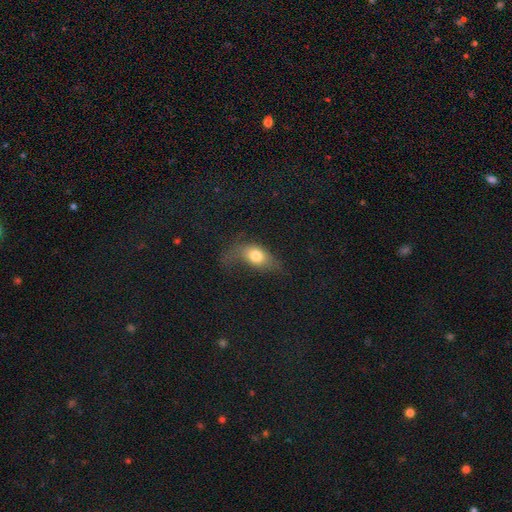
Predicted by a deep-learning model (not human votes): Q: Smooth or featured?
A: smooth (71%); runner-up: featured or disk (18%)
Q: How rounded?
A: in between (74%); runner-up: round (20%)
Q: Merging?
A: none (38%); runner-up: major disturbance (32%)